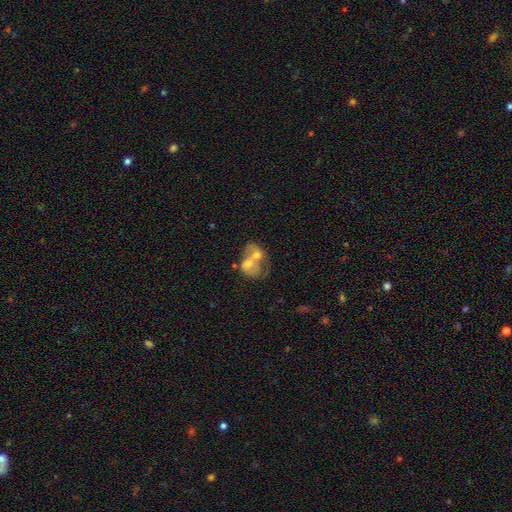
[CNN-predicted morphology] Smooth or featured?
  - featured or disk: 48% *
  - smooth: 42%
  - star or artifact: 11%
Merging?
  - merger: 72% *
  - none: 14%
  - major disturbance: 7%
  - minor disturbance: 7%